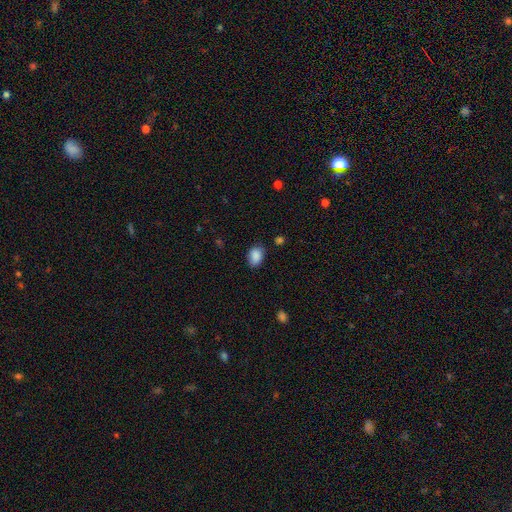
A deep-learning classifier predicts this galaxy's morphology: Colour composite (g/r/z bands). It shows a smooth galaxy with no disk features (88%) that is in between round and cigar-shaped (76%). Merging: none (75%).